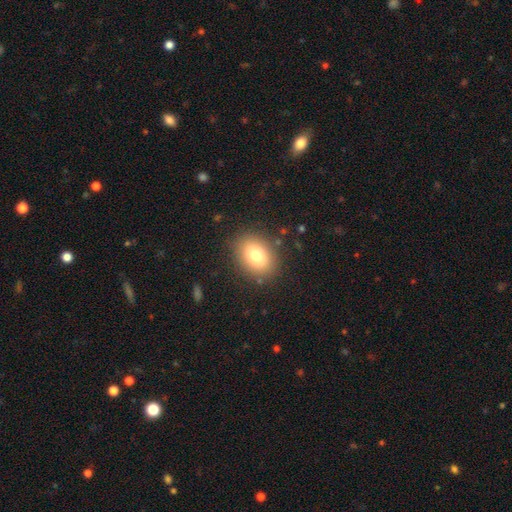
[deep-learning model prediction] A smooth galaxy with no disk features (78%) that is in between round and cigar-shaped (69%). Merging: none (85%).